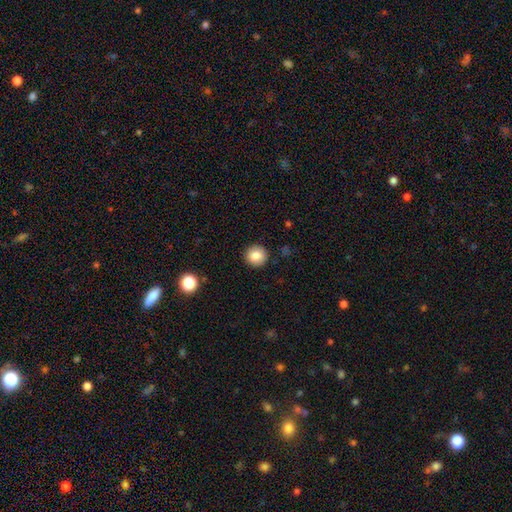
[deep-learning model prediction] Q: Smooth or featured?
A: smooth (85%); runner-up: star or artifact (9%)
Q: How rounded?
A: round (93%); runner-up: in between (6%)
Q: Merging?
A: none (91%); runner-up: minor disturbance (6%)